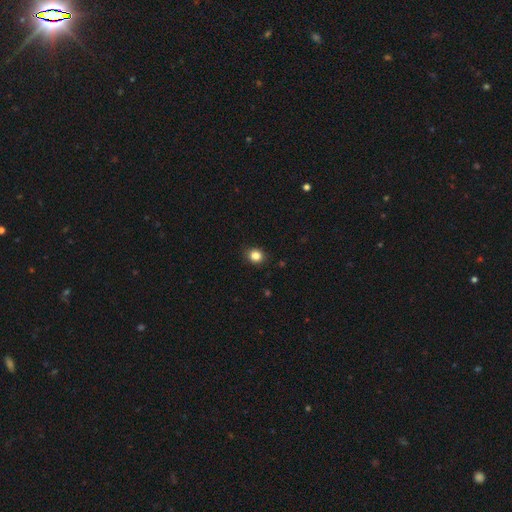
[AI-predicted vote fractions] The model was most divided on "how rounded": round: 72%, in between: 27%, cigar-shaped: 1%. More confident: merging — none (87%); smooth or featured — smooth (85%).